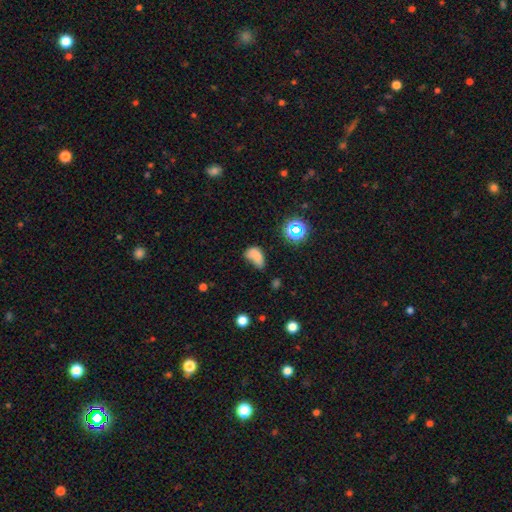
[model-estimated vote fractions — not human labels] smooth 69%, star or artifact 16%, featured or disk 14%. Down the decision tree: how rounded — in between (84%); merging — minor disturbance (32%).